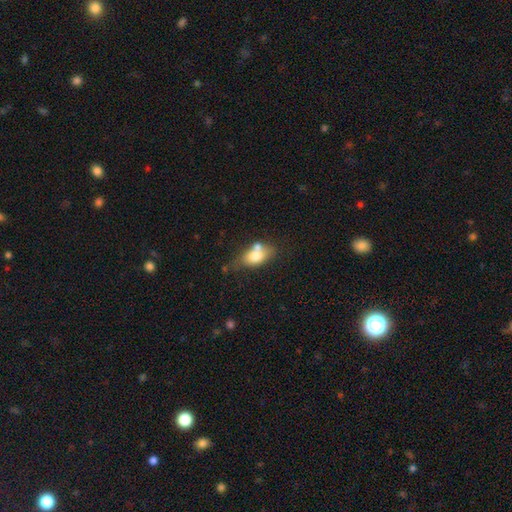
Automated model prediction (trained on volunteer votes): Overall: smooth (71%). How rounded: in between (81%). Merging: none (43%; merger 30%).